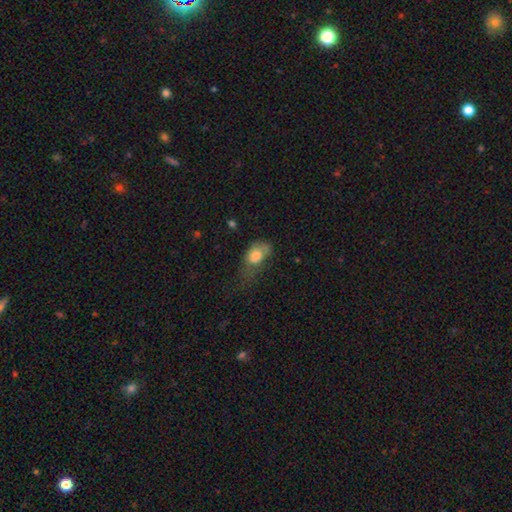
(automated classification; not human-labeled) Morphology: type=smooth (74%); roundness=in between (82%); merging=major disturbance (41%).